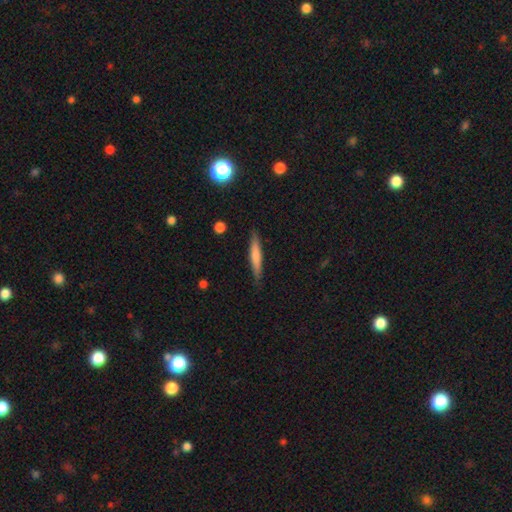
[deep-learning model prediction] smooth-or-featured: smooth: 65% | featured or disk: 30% | star or artifact: 6%
  how-rounded: cigar-shaped: 92% | in between: 6% | round: 1%
  merging: none: 86% | minor disturbance: 11% | major disturbance: 2% | merger: 1%